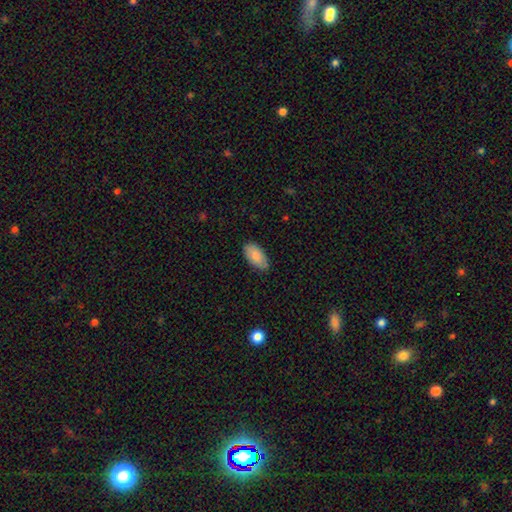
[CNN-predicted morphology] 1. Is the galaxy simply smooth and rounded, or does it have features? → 84% smooth, 10% featured or disk, 6% star or artifact.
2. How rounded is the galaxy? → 95% in between, 3% cigar-shaped, 2% round.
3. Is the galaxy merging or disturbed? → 84% none, 13% minor disturbance, 2% major disturbance, 1% merger.